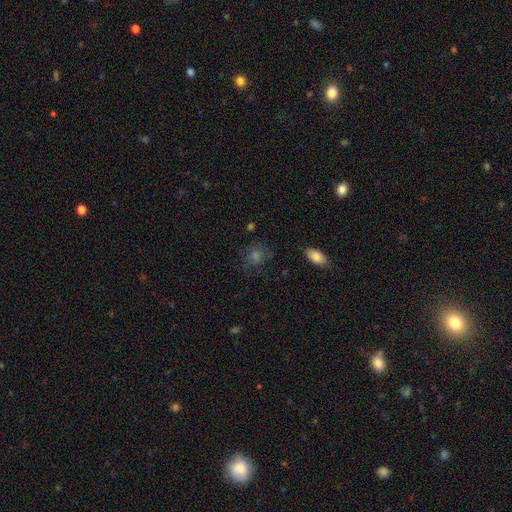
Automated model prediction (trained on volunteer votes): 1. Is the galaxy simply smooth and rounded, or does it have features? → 55% smooth, 27% star or artifact, 18% featured or disk.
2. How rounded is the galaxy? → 67% round, 31% in between, 2% cigar-shaped.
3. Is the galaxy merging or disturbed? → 75% none, 16% minor disturbance, 7% major disturbance, 2% merger.